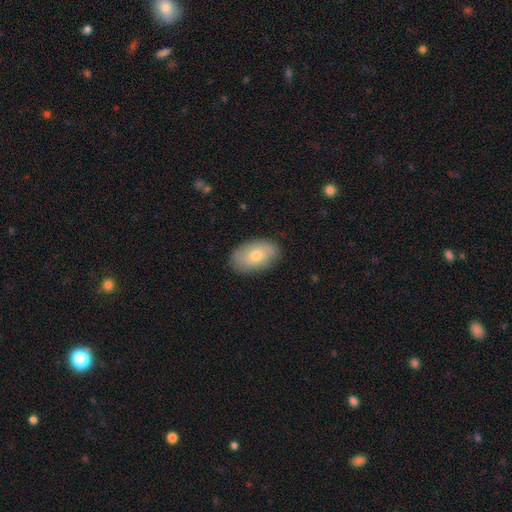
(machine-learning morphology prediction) Overall: smooth (70%). How rounded: in between (91%). Merging: none (84%).